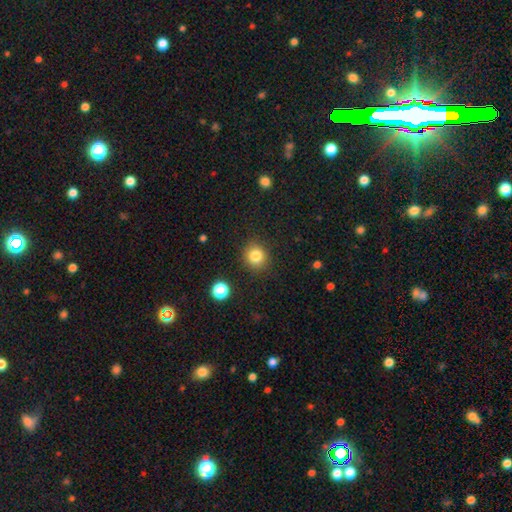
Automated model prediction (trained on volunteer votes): A smooth galaxy with no disk features (82%) that is round (86%).

Vote fractions:
- Smooth or featured? smooth: 82% / star or artifact: 12% / featured or disk: 6%
- How rounded? round: 86% / in between: 13% / cigar-shaped: 1%
- Merging? none: 87% / minor disturbance: 8% / major disturbance: 3% / merger: 2%